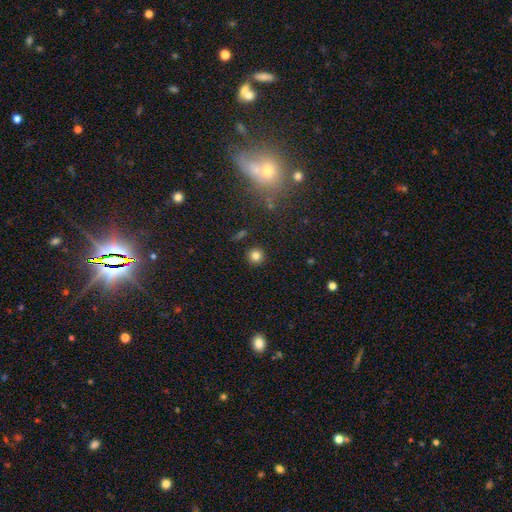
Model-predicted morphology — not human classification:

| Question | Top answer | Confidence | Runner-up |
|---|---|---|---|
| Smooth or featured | smooth | 81% | star or artifact (13%) |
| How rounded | round | 94% | in between (5%) |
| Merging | none | 90% | minor disturbance (6%) |